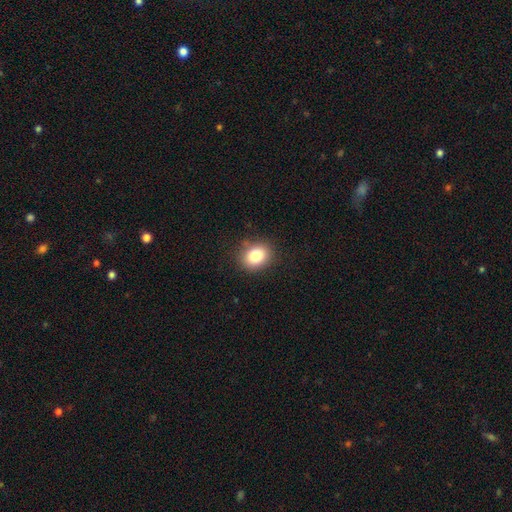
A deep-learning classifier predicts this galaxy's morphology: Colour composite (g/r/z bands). It shows a smooth galaxy with no disk features (84%) that is round (50%). Merging: none (86%).